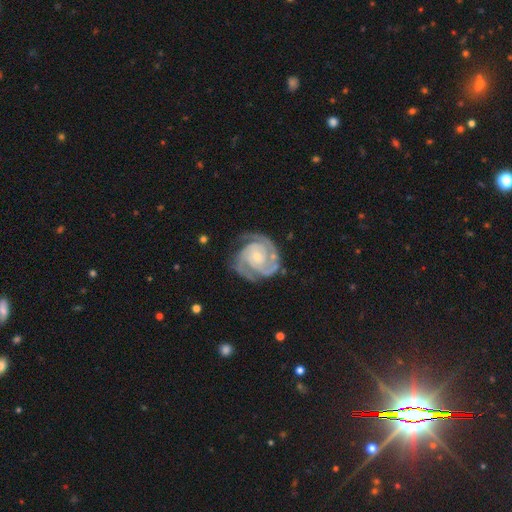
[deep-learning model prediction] A featured or disk galaxy (91%) with no bar (72%), 2 (61%) tight (70%) spiral arms (98%) and a small central bulge (70%).

Vote fractions:
- Smooth or featured? featured or disk: 91% / smooth: 5% / star or artifact: 4%
- Edge-on disk? no: 98% / yes: 2%
- Bar? no: 72% / weak: 21% / strong: 7%
- Spiral arms? yes: 98% / no: 2%
- Spiral winding? tight: 70% / medium: 26% / loose: 4%
- Spiral arm count? 2: 61% / 3: 22% / can't tell: 7% / 4: 4% / 1: 3% / more than 4: 3%
- Bulge size? small: 70% / moderate: 25% / none: 2% / large: 2% / dominant: 1%
- Merging? none: 71% / minor disturbance: 19% / major disturbance: 8% / merger: 2%